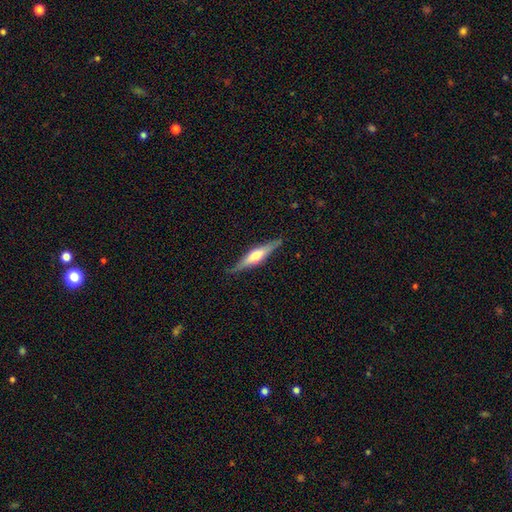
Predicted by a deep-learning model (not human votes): Smooth or featured?
  - featured or disk: 63% *
  - smooth: 32%
  - star or artifact: 5%
Edge-on disk?
  - yes: 95% *
  - no: 5%
Edge-on bulge?
  - rounded: 86% *
  - boxy: 9%
  - none: 5%
Merging?
  - none: 85% *
  - minor disturbance: 11%
  - major disturbance: 2%
  - merger: 1%